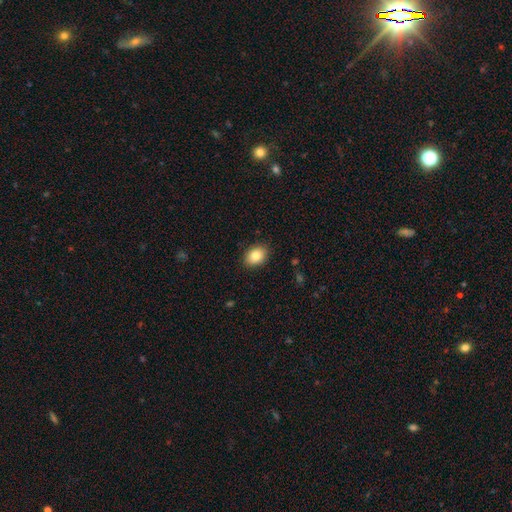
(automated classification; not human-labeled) smooth 84%, star or artifact 8%, featured or disk 8%. Down the decision tree: how rounded — in between (70%); merging — none (88%).